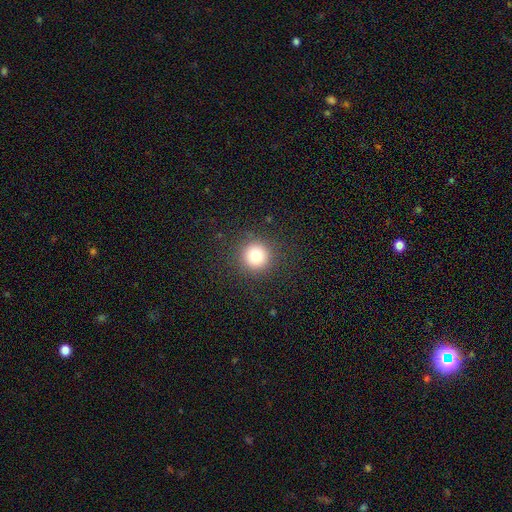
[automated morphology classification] Smooth or featured?
  - smooth: 79% *
  - star or artifact: 13%
  - featured or disk: 8%
How rounded?
  - round: 95% *
  - in between: 4%
  - cigar-shaped: 1%
Merging?
  - none: 90% *
  - minor disturbance: 6%
  - major disturbance: 3%
  - merger: 1%